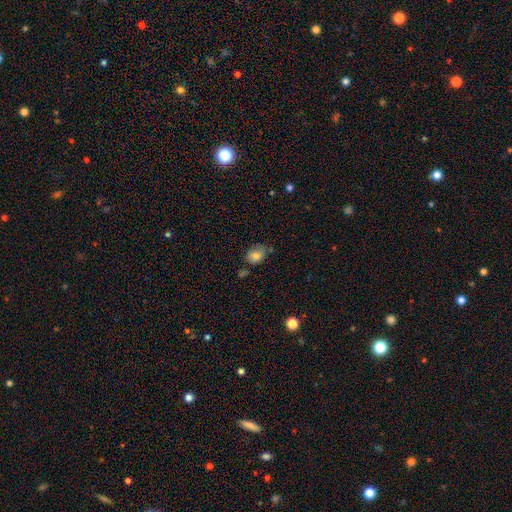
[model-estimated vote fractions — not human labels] Q: Smooth or featured?
A: smooth (80%); runner-up: featured or disk (11%)
Q: How rounded?
A: in between (69%); runner-up: round (29%)
Q: Merging?
A: none (56%); runner-up: minor disturbance (30%)